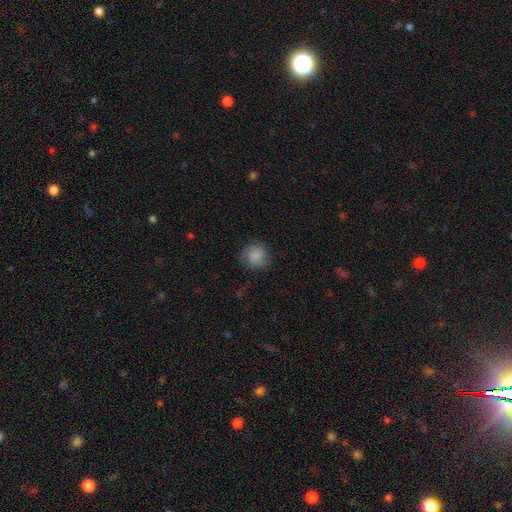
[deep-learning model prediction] Smooth or featured? Predicted: smooth (p=0.87). How rounded? Predicted: round (p=0.90). Merging? Predicted: none (p=0.81).